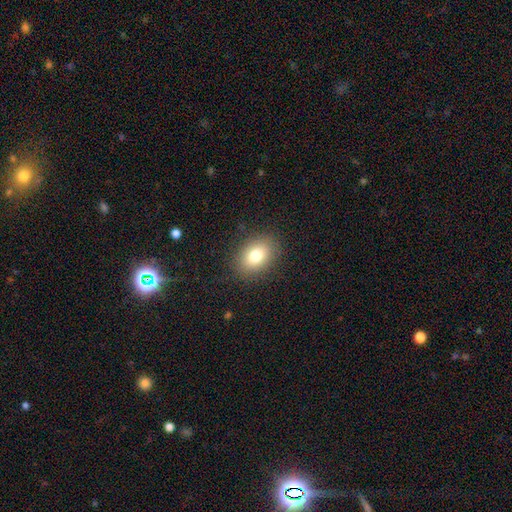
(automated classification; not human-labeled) A smooth galaxy with no disk features (78%) that is in between round and cigar-shaped (71%).

Vote fractions:
- Smooth or featured? smooth: 78% / featured or disk: 11% / star or artifact: 11%
- How rounded? in between: 71% / round: 28% / cigar-shaped: 1%
- Merging? none: 86% / minor disturbance: 9% / major disturbance: 3% / merger: 1%